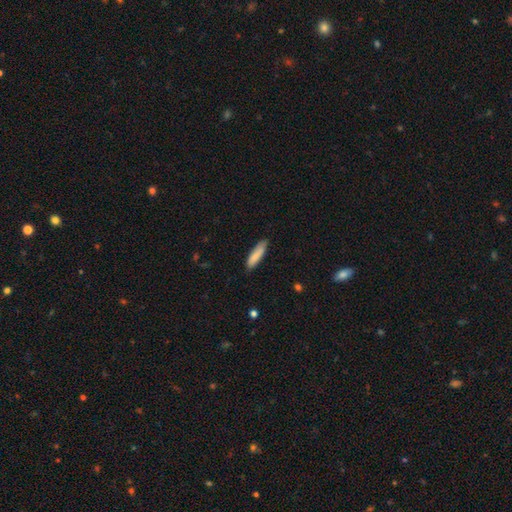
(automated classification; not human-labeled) This is clearly a smooth galaxy (85%). How rounded: likely cigar-shaped (73%). Merging: clearly none (83%).